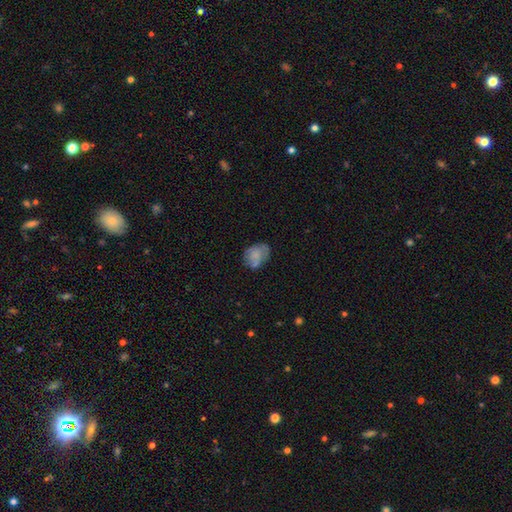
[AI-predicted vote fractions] The model was most divided on "merging": none: 52%, minor disturbance: 30%, major disturbance: 13%, merger: 5%. More confident: smooth or featured — smooth (68%); how rounded — in between (66%).